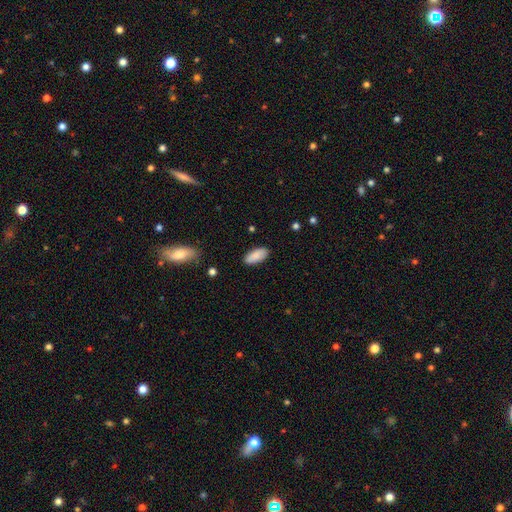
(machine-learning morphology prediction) Smooth or featured: smooth — 88% (star or artifact — 6%)
How rounded: in between — 88% (cigar-shaped — 10%)
Merging: none — 87% (minor disturbance — 9%)